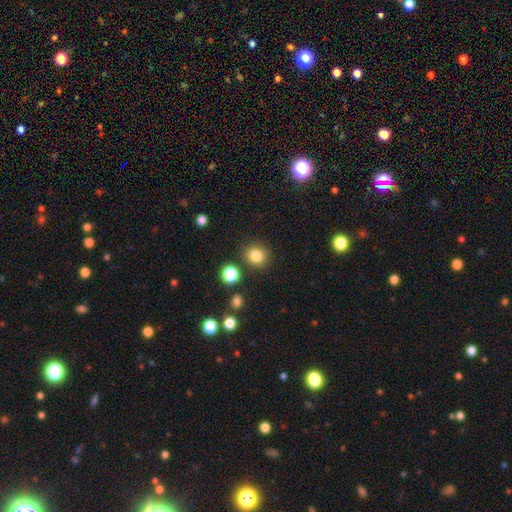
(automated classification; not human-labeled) Smooth or featured: smooth — 83% (star or artifact — 12%)
How rounded: round — 87% (in between — 12%)
Merging: none — 86% (minor disturbance — 7%)